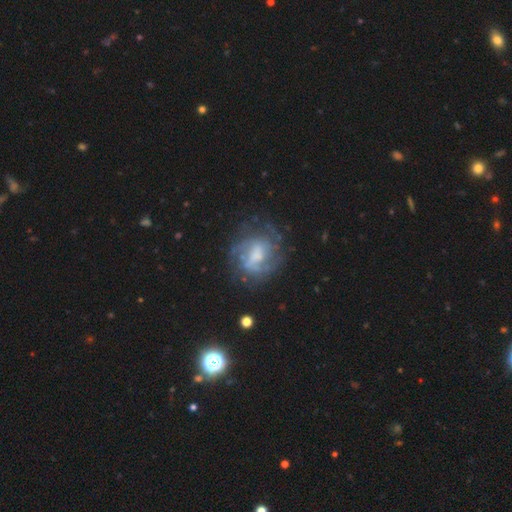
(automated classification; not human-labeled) Q: Smooth or featured?
A: featured or disk (72%); runner-up: smooth (20%)
Q: Edge-on disk?
A: no (97%); runner-up: yes (3%)
Q: Bar?
A: weak (47%); runner-up: no (35%)
Q: Spiral arms?
A: yes (80%); runner-up: no (20%)
Q: Spiral winding?
A: medium (41%); runner-up: tight (39%)
Q: Spiral arm count?
A: can't tell (39%); runner-up: 2 (33%)
Q: Bulge size?
A: moderate (36%); runner-up: small (23%)
Q: Merging?
A: none (62%); runner-up: minor disturbance (19%)